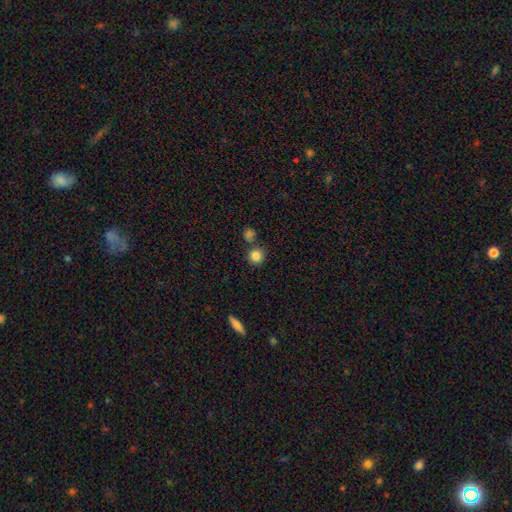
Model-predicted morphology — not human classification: Smooth or featured? smooth (84%)
How rounded? round (91%)
Merging? none (74%)